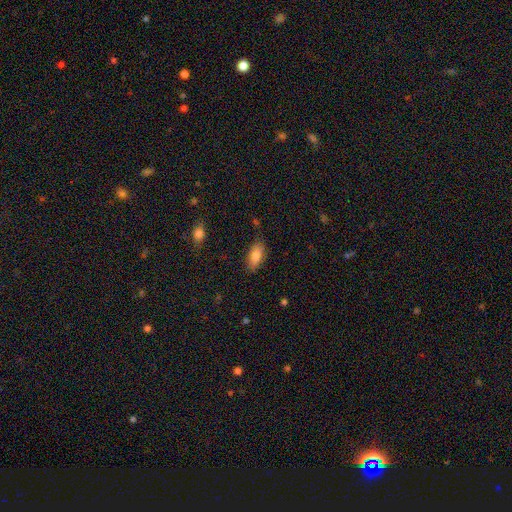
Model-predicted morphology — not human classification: The model was most divided on "merging": none: 82%, minor disturbance: 14%, major disturbance: 3%, merger: 2%. More confident: how rounded — in between (87%); smooth or featured — smooth (81%).